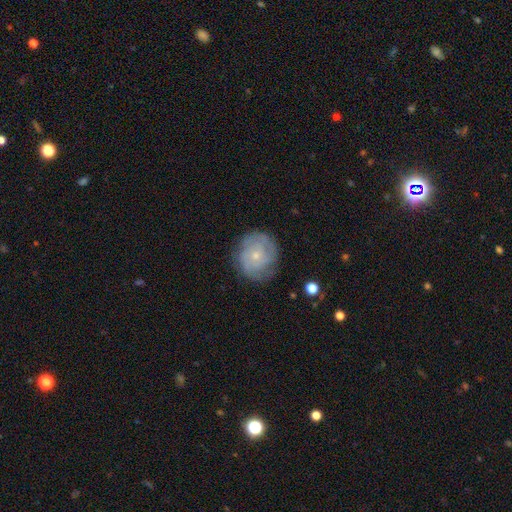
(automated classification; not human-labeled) Q: Smooth or featured?
A: featured or disk (58%); runner-up: smooth (34%)
Q: Edge-on disk?
A: no (97%); runner-up: yes (3%)
Q: Bar?
A: no (82%); runner-up: weak (15%)
Q: Spiral arms?
A: yes (78%); runner-up: no (22%)
Q: Bulge size?
A: small (74%); runner-up: moderate (21%)
Q: Merging?
A: none (76%); runner-up: minor disturbance (17%)